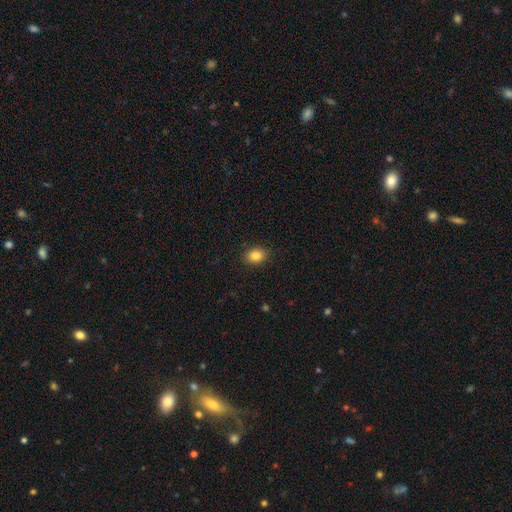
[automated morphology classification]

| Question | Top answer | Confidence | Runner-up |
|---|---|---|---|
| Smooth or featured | smooth | 85% | star or artifact (10%) |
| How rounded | in between | 60% | round (39%) |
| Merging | none | 89% | minor disturbance (8%) |